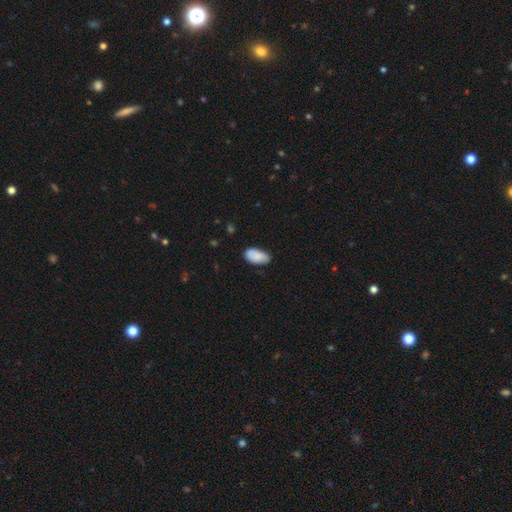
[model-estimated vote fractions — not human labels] Morphology: type=smooth (86%); roundness=in between (95%); merging=none (73%).